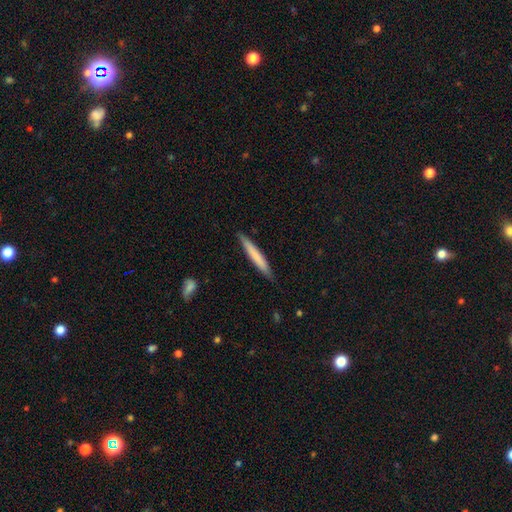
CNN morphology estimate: A smooth galaxy with no disk features (70%) that is cigar-shaped (96%).

Vote fractions:
- Smooth or featured? smooth: 70% / featured or disk: 25% / star or artifact: 5%
- How rounded? cigar-shaped: 96% / in between: 3% / round: 1%
- Merging? none: 87% / minor disturbance: 10% / major disturbance: 2% / merger: 1%